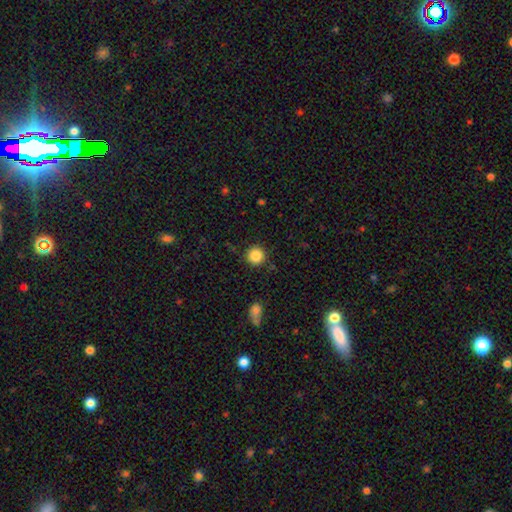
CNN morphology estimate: A smooth galaxy with no disk features (86%) that is round (94%). Merging: none (88%).